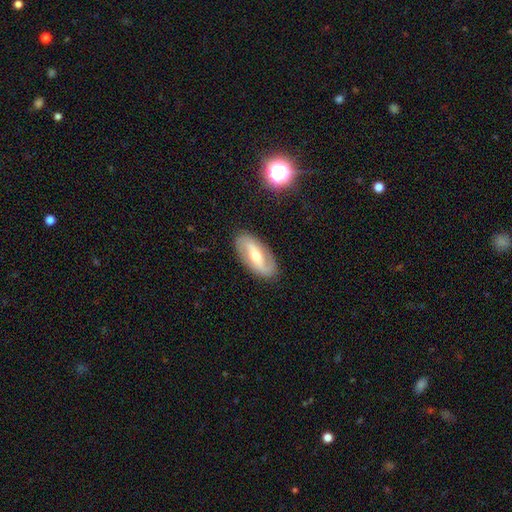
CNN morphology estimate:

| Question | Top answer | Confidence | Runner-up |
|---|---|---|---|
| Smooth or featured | featured or disk | 74% | smooth (20%) |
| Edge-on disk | no | 91% | yes (9%) |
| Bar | strong | 45% | weak (34%) |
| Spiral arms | yes | 82% | no (18%) |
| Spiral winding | loose | 40% | medium (37%) |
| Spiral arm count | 2 | 88% | can't tell (7%) |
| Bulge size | moderate | 63% | small (30%) |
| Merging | none | 87% | minor disturbance (10%) |